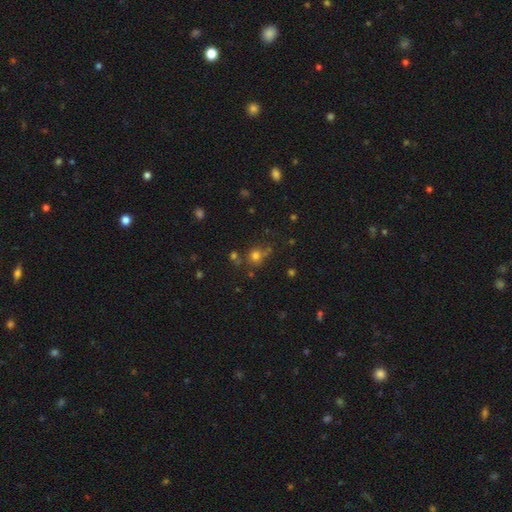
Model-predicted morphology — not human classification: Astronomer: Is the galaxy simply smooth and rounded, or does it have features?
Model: smooth — 71%.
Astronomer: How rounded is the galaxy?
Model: round — 86%.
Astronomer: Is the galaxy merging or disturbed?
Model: none — 65%.